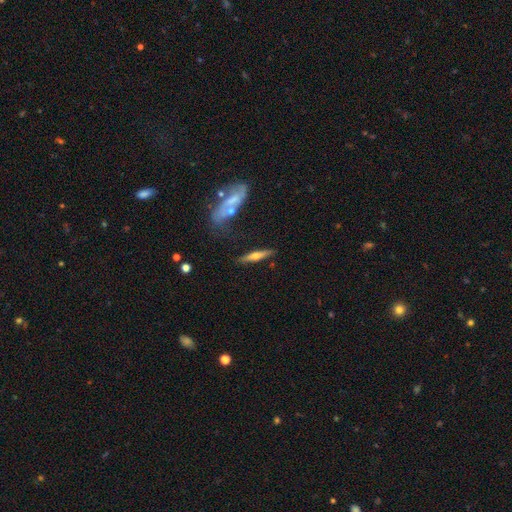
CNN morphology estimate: Smooth or featured? featured or disk (54%)
Edge-on disk? yes (92%)
Merging? none (81%)